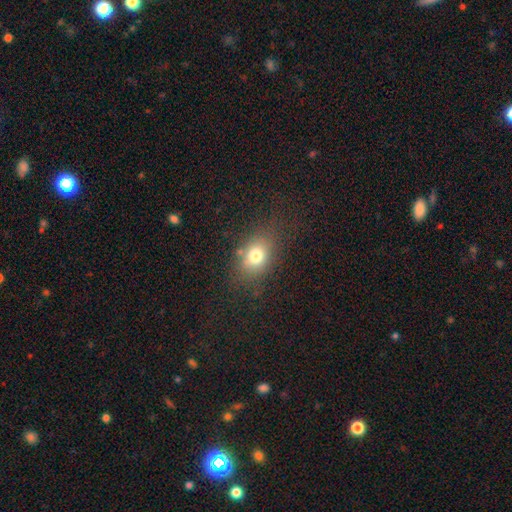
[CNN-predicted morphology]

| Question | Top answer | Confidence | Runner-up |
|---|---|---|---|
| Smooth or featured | smooth | 74% | star or artifact (13%) |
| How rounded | in between | 63% | round (35%) |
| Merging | none | 74% | minor disturbance (16%) |